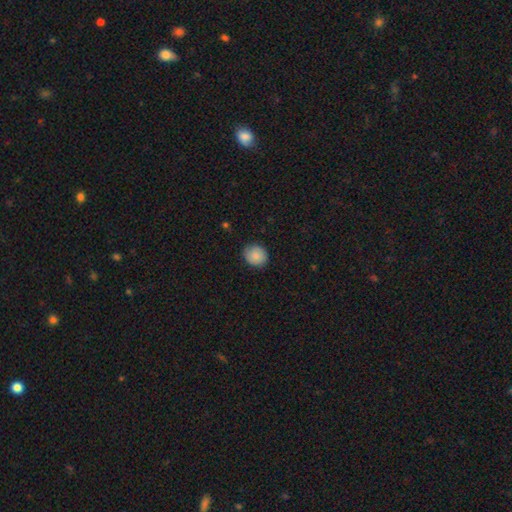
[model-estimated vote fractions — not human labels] smooth 83%, featured or disk 9%, star or artifact 7%. Down the decision tree: how rounded — round (80%); merging — none (80%).